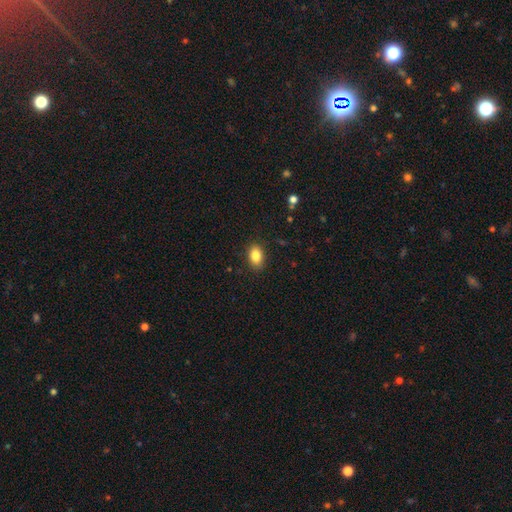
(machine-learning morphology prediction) Smooth or featured? Predicted: smooth (p=0.85). How rounded? Predicted: in between (p=0.84). Merging? Predicted: none (p=0.87).